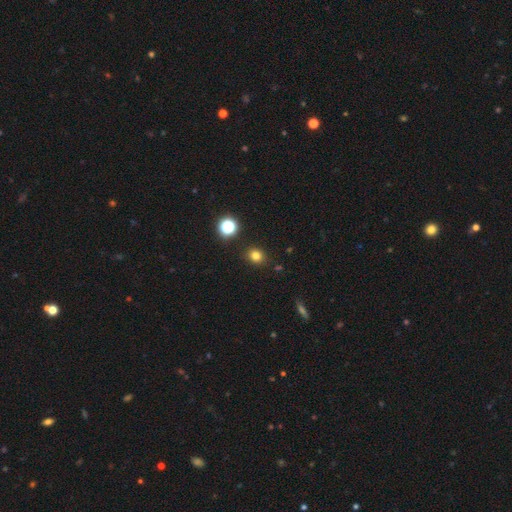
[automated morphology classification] The model was most divided on "how rounded": round: 75%, in between: 24%, cigar-shaped: 1%. More confident: merging — none (88%); smooth or featured — smooth (78%).